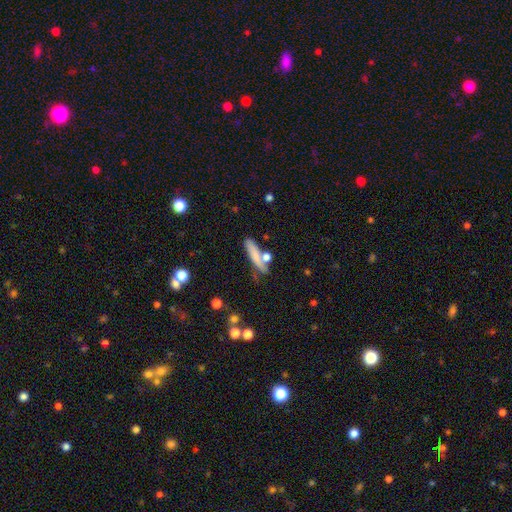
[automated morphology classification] Smooth or featured: smooth — 72% (featured or disk — 20%)
How rounded: cigar-shaped — 79% (in between — 17%)
Merging: none — 59% (minor disturbance — 18%)